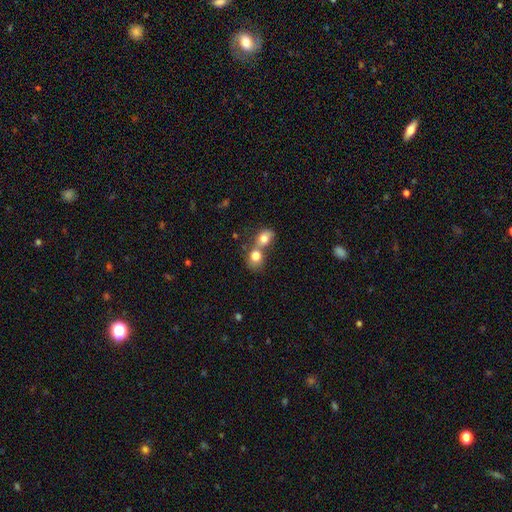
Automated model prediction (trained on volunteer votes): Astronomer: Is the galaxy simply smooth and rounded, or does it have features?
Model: smooth — 79%.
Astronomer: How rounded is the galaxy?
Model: round — 59% (runner-up: in between, 39%).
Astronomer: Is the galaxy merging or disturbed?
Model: merger — 67%.